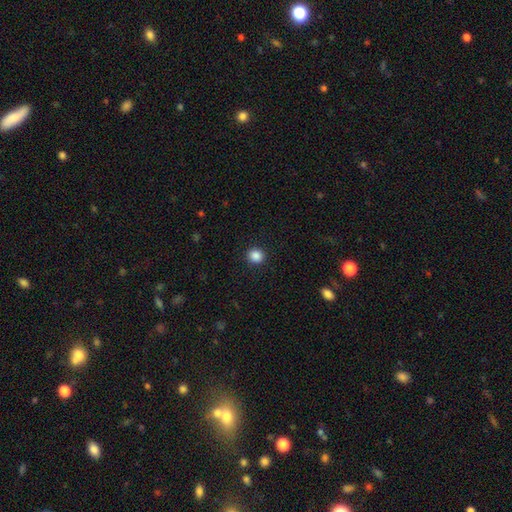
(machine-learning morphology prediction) smooth 87%, star or artifact 10%, featured or disk 3%. Down the decision tree: how rounded — round (87%); merging — none (92%).